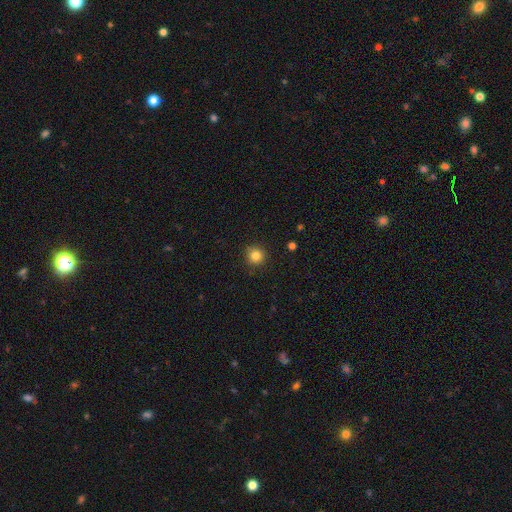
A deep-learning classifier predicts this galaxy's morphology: Smooth or featured: smooth — 82% (star or artifact — 12%)
How rounded: round — 95% (in between — 4%)
Merging: none — 91% (minor disturbance — 6%)